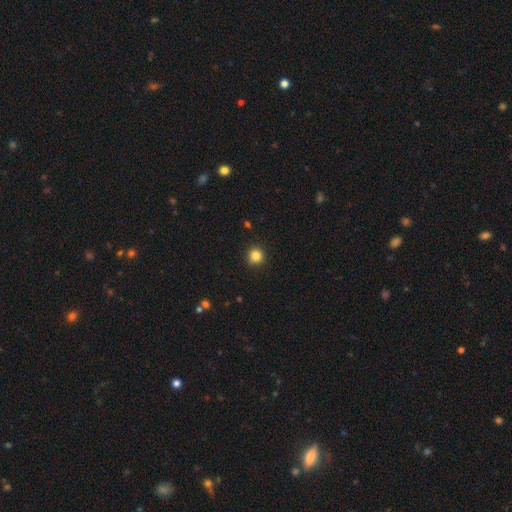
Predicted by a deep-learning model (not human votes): Smooth or featured? smooth (85%)
How rounded? round (92%)
Merging? none (91%)